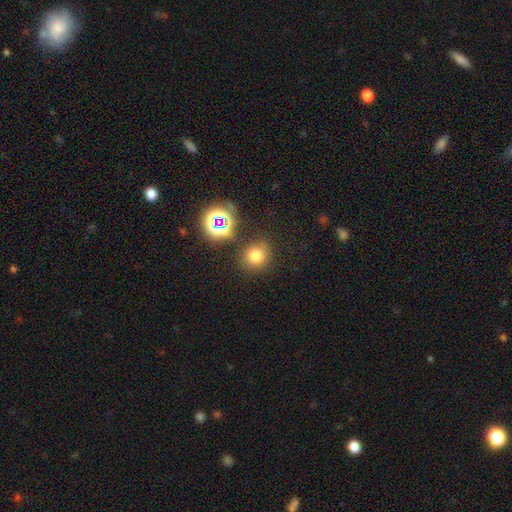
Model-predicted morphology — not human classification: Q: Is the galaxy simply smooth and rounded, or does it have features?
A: smooth — 71%.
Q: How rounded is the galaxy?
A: round — 85%.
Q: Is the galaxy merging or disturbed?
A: none — 78%.